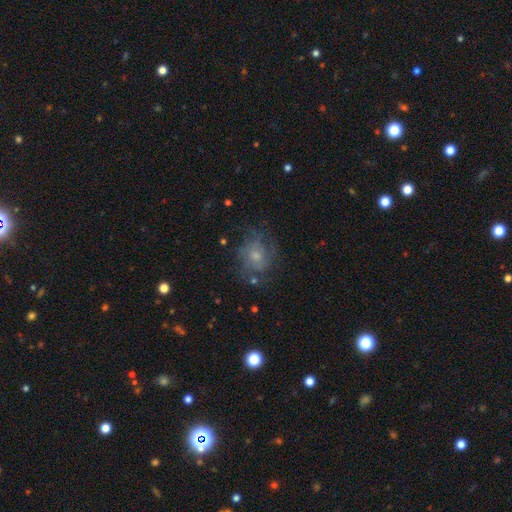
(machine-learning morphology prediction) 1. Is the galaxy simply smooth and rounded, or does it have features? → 51% featured or disk, 36% smooth, 13% star or artifact.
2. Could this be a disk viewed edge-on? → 97% no, 3% yes.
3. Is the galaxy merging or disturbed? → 61% none, 21% minor disturbance, 16% major disturbance, 2% merger.